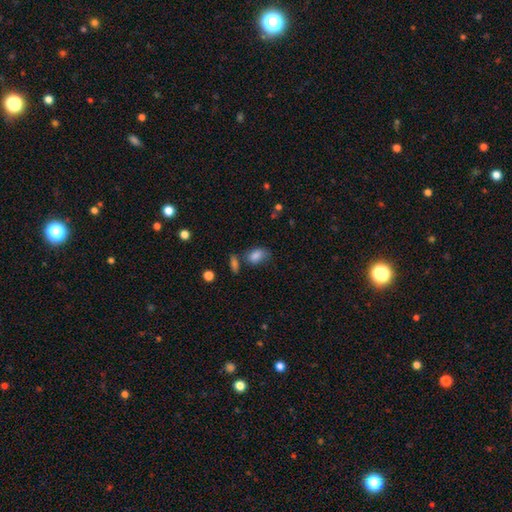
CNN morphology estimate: This is clearly a smooth galaxy (83%). How rounded: clearly in between (85%). Merging: possibly none (54%).